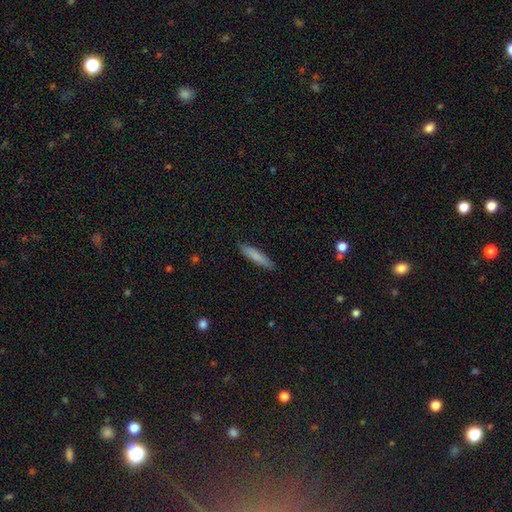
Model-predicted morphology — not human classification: Smooth or featured? smooth (82%)
How rounded? cigar-shaped (84%)
Merging? none (88%)